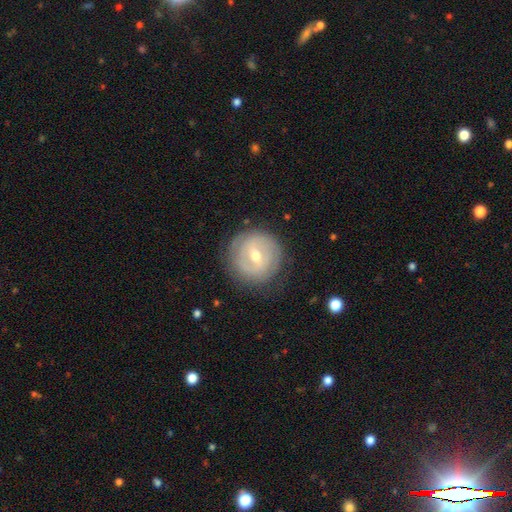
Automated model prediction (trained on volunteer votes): A featured or disk galaxy (69%) with a weak bar (53%), spiral arms (65%) and a moderate central bulge (58%).

Vote fractions:
- Smooth or featured? featured or disk: 69% / smooth: 24% / star or artifact: 7%
- Edge-on disk? no: 96% / yes: 4%
- Bar? weak: 53% / strong: 27% / no: 20%
- Spiral arms? yes: 65% / no: 35%
- Bulge size? moderate: 58% / small: 39% / large: 2% / none: 1% / dominant: 1%
- Merging? none: 81% / minor disturbance: 13% / major disturbance: 5% / merger: 1%